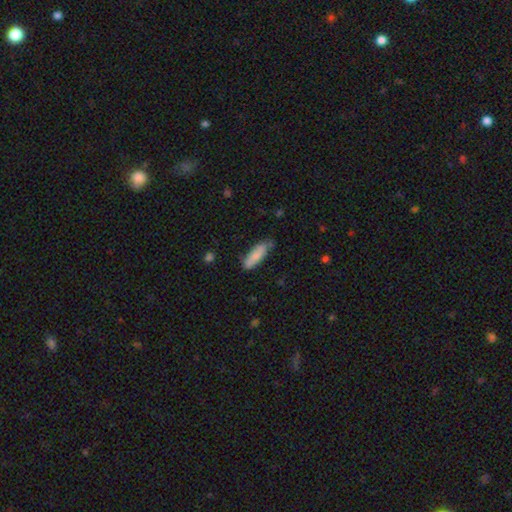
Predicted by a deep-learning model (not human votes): Smooth or featured?
  - smooth: 81% *
  - featured or disk: 13%
  - star or artifact: 6%
How rounded?
  - in between: 51% *
  - cigar-shaped: 47%
  - round: 2%
Merging?
  - none: 71% *
  - minor disturbance: 22%
  - major disturbance: 4%
  - merger: 3%